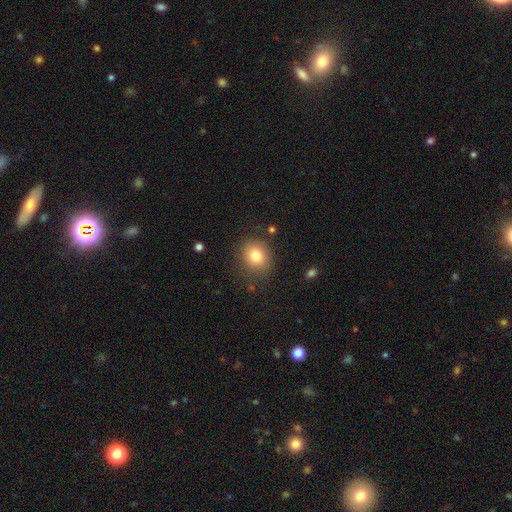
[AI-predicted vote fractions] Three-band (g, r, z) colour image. It shows a smooth galaxy with no disk features (79%) that is round (76%). Merging: none (83%).